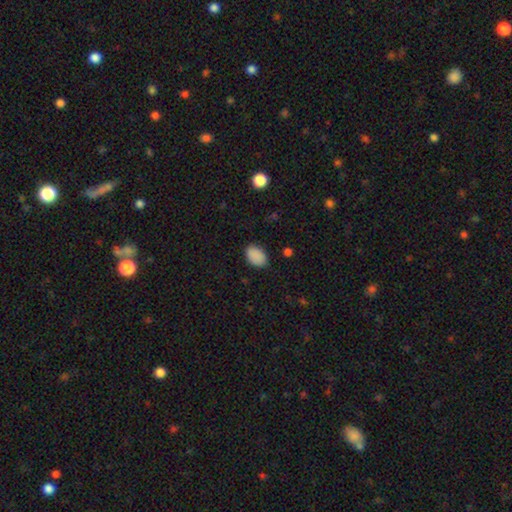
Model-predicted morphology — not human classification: This is clearly a smooth galaxy (89%). How rounded: clearly in between (86%). Merging: clearly none (84%).